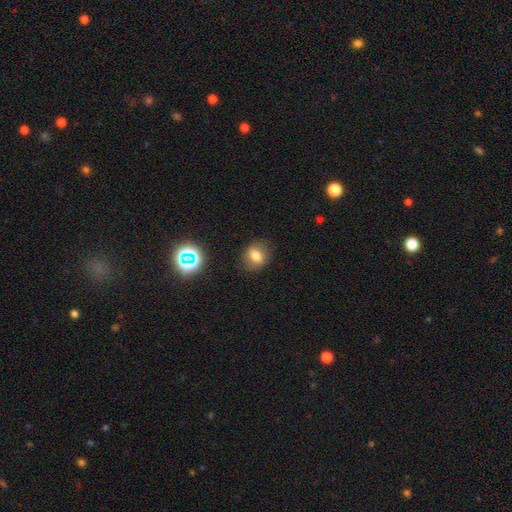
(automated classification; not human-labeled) A smooth galaxy with no disk features (70%) that is round (54%). Merging: none (82%).